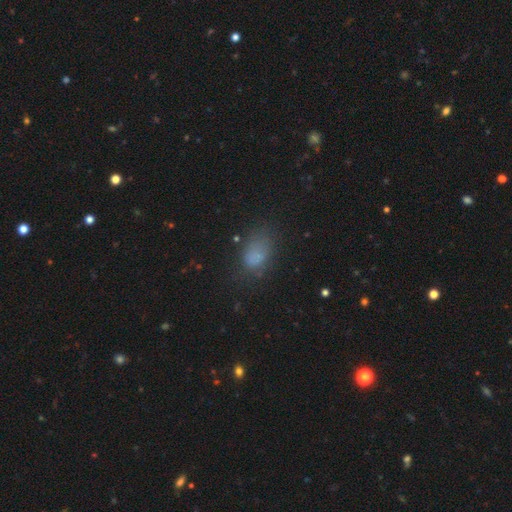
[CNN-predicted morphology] Overall: smooth (74%). How rounded: in between (83%). Merging: none (55%; minor disturbance 26%).